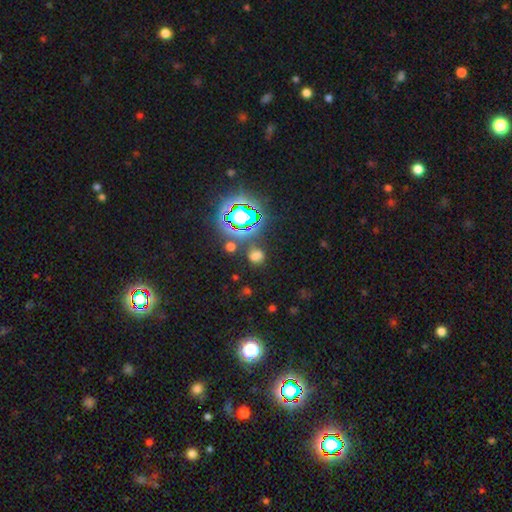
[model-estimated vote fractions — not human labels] This is possibly a smooth galaxy (54%). How rounded: likely round (63%). Merging: likely none (73%).